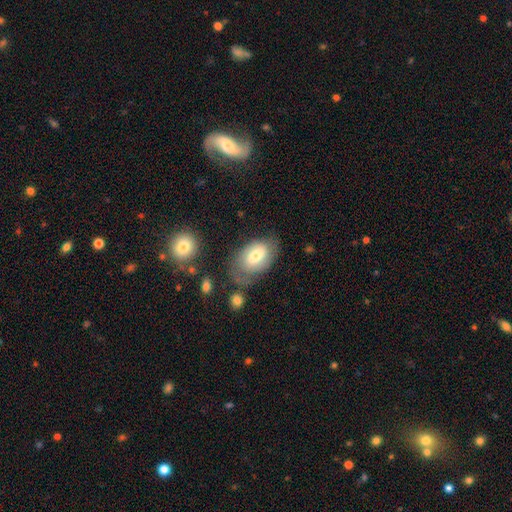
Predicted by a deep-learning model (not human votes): This appears to be a smooth galaxy with no disk features (63%) that is in between round and cigar-shaped (90%). Merging: none (57%).